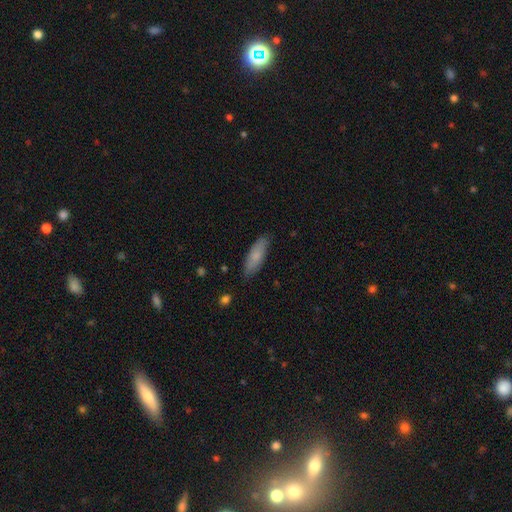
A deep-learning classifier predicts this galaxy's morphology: The model was most divided on "how rounded": in between: 55%, cigar-shaped: 44%, round: 2%. More confident: merging — none (84%); smooth or featured — smooth (77%).